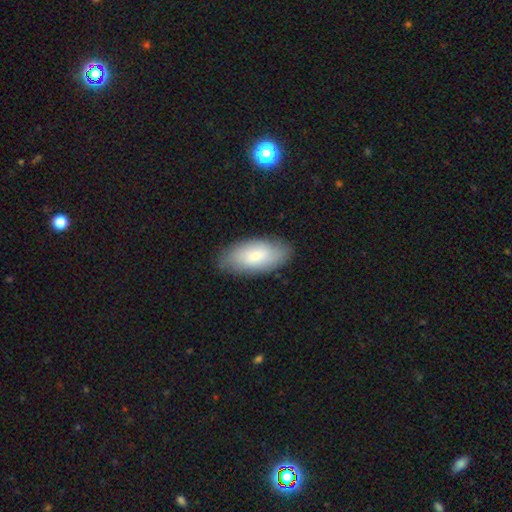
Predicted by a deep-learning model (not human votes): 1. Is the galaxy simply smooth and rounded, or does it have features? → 73% smooth, 21% featured or disk, 6% star or artifact.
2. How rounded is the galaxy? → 92% in between, 6% cigar-shaped, 2% round.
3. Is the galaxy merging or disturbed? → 84% none, 12% minor disturbance, 3% major disturbance, 1% merger.